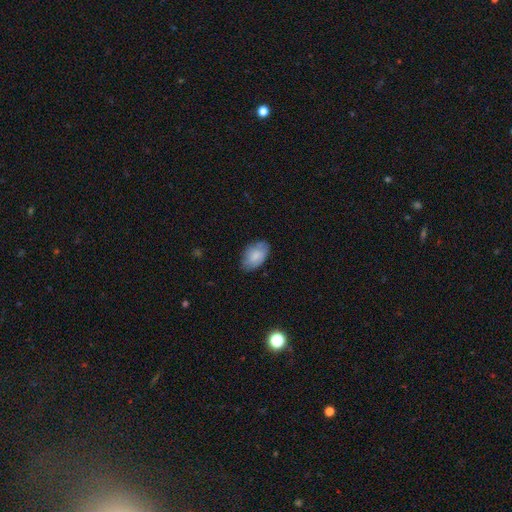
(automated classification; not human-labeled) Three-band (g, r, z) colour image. It shows a smooth galaxy with no disk features (78%) that is in between round and cigar-shaped (92%). Merging: none (71%).